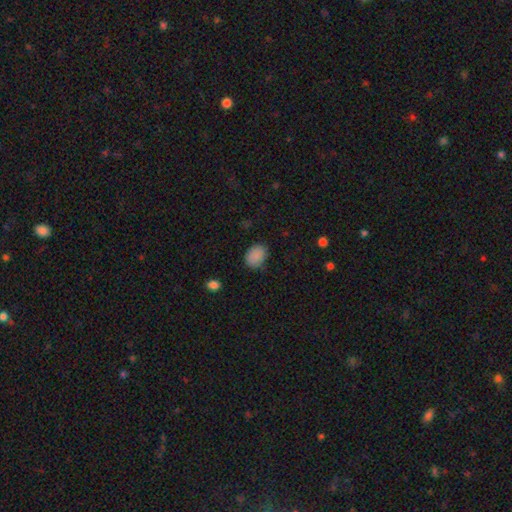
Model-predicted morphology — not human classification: Q: Smooth or featured?
A: smooth (88%); runner-up: star or artifact (8%)
Q: How rounded?
A: in between (71%); runner-up: round (29%)
Q: Merging?
A: none (78%); runner-up: minor disturbance (17%)